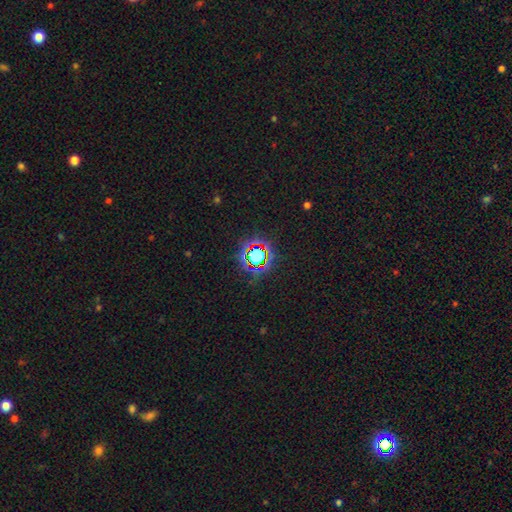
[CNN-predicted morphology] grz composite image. It shows a star or artifact, not a galaxy (68%).